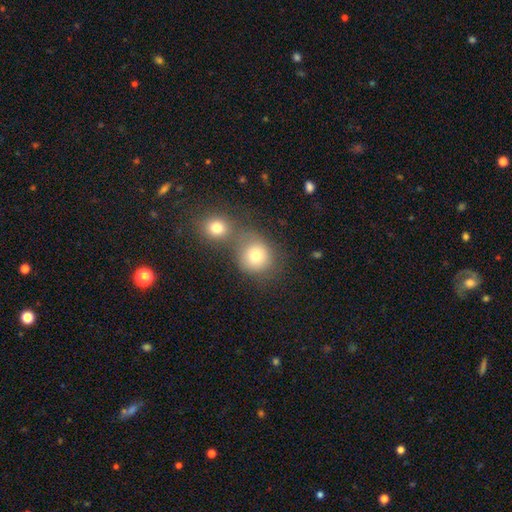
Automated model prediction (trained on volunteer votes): Q: Smooth or featured?
A: smooth (77%); runner-up: star or artifact (13%)
Q: How rounded?
A: round (83%); runner-up: in between (16%)
Q: Merging?
A: none (45%); runner-up: merger (42%)